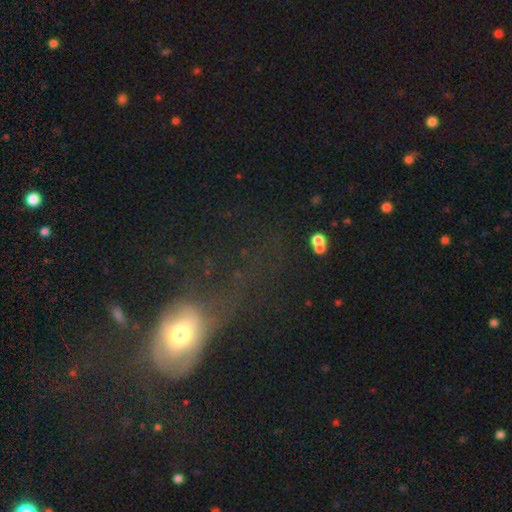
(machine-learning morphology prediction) This appears to be a smooth galaxy with no disk features (45%). Merging: major disturbance (43%).